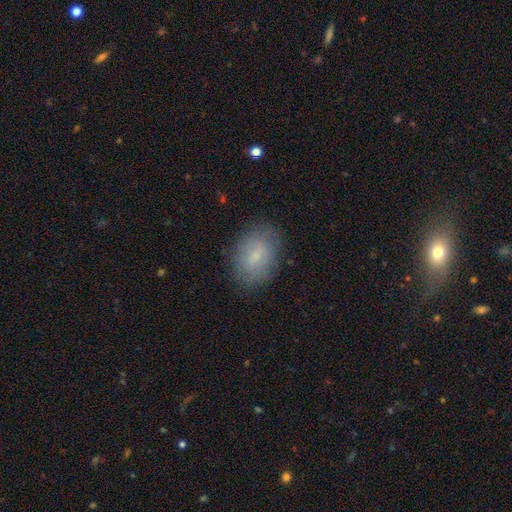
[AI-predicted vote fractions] Smooth or featured: smooth — 74% (featured or disk — 18%)
How rounded: in between — 82% (round — 16%)
Merging: none — 81% (minor disturbance — 14%)